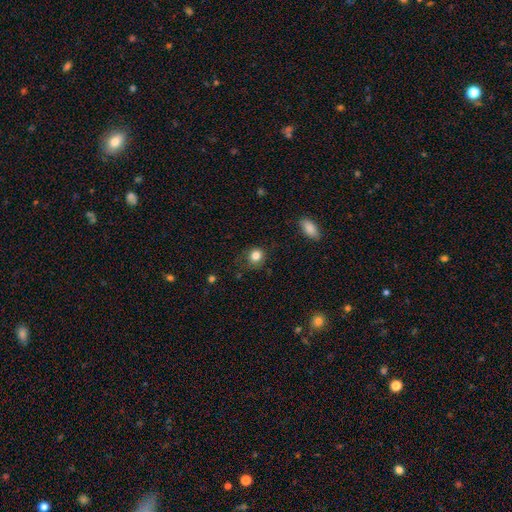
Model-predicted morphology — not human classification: Smooth or featured?
  - smooth: 83% *
  - star or artifact: 11%
  - featured or disk: 6%
How rounded?
  - round: 83% *
  - in between: 16%
  - cigar-shaped: 1%
Merging?
  - none: 74% *
  - minor disturbance: 19%
  - major disturbance: 6%
  - merger: 2%